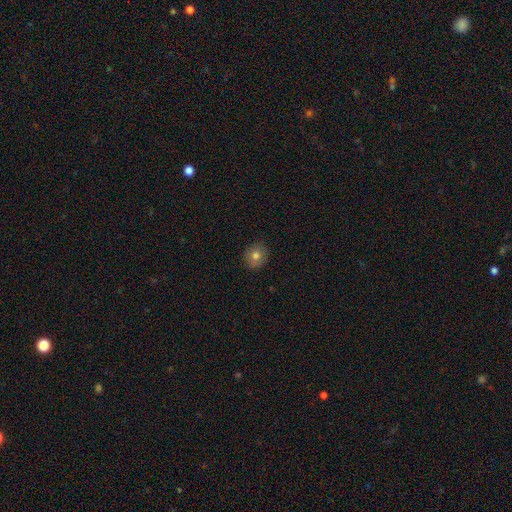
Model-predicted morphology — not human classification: The model was most divided on "how rounded": round: 82%, in between: 17%, cigar-shaped: 1%. More confident: merging — none (88%); smooth or featured — smooth (77%).